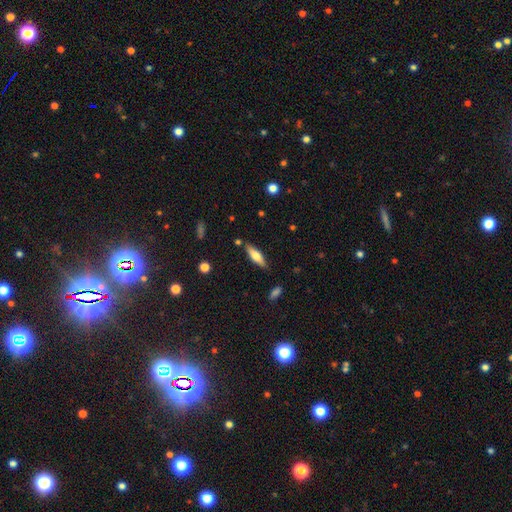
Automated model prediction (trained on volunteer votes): smooth 60%, featured or disk 34%, star or artifact 6%. Down the decision tree: how rounded — cigar-shaped (56%); merging — none (82%).